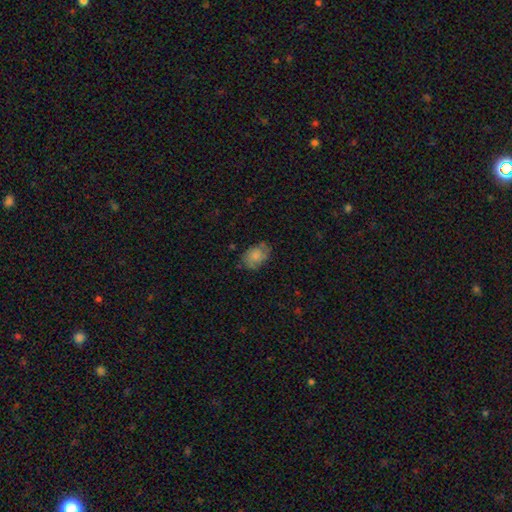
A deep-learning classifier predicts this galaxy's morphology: smooth 72%, featured or disk 20%, star or artifact 8%. Down the decision tree: how rounded — in between (78%); merging — none (62%).